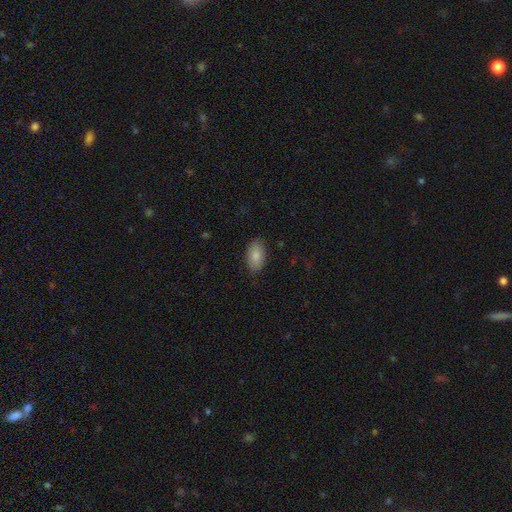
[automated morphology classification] Smooth or featured? Predicted: smooth (p=0.83). How rounded? Predicted: in between (p=0.94). Merging? Predicted: none (p=0.85).